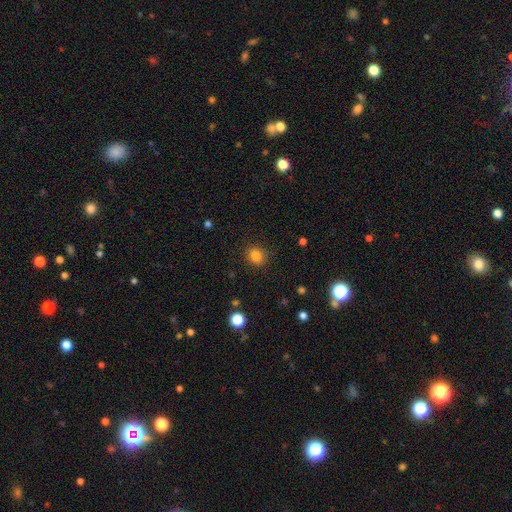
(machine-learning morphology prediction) Overall: smooth (83%). How rounded: round (80%). Merging: none (87%).